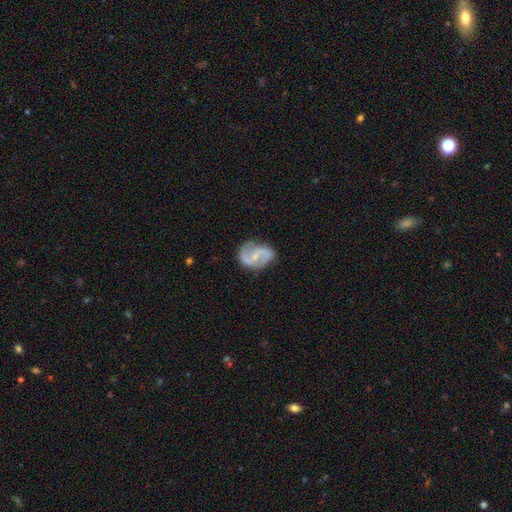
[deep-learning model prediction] The model was most divided on "spiral winding": medium: 46%, loose: 41%, tight: 14%. Remaining: edge-on disk — no (98%); spiral arms — yes (95%); spiral arm count — 2 (91%); smooth or featured — featured or disk (85%); merging — none (74%); bulge size — small (64%); bar — weak (47%).